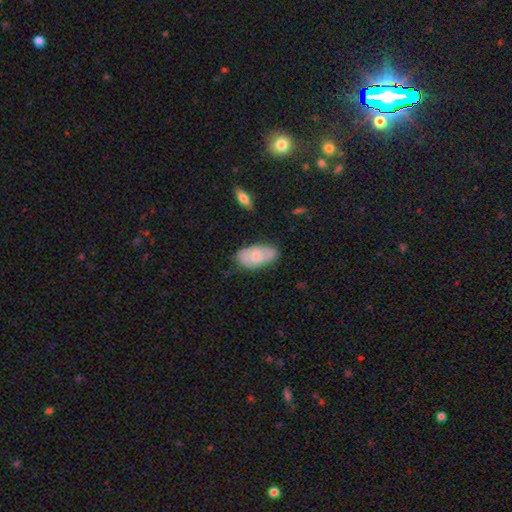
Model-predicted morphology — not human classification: Q: Smooth or featured?
A: smooth (63%); runner-up: featured or disk (30%)
Q: How rounded?
A: in between (93%); runner-up: round (3%)
Q: Merging?
A: none (66%); runner-up: minor disturbance (25%)